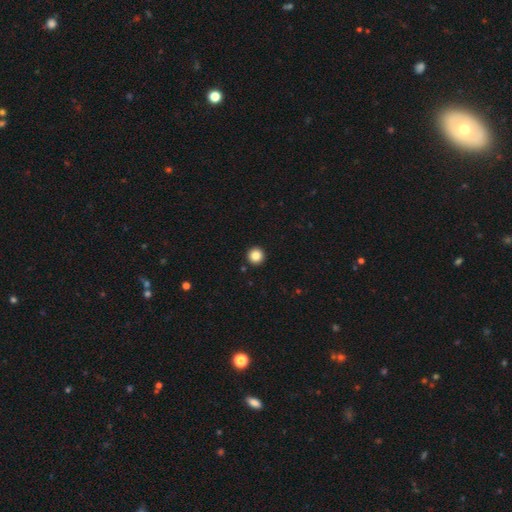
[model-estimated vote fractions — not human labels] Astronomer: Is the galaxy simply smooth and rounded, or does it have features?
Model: smooth — 85%.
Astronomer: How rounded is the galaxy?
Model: round — 97%.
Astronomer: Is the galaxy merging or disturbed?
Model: none — 94%.